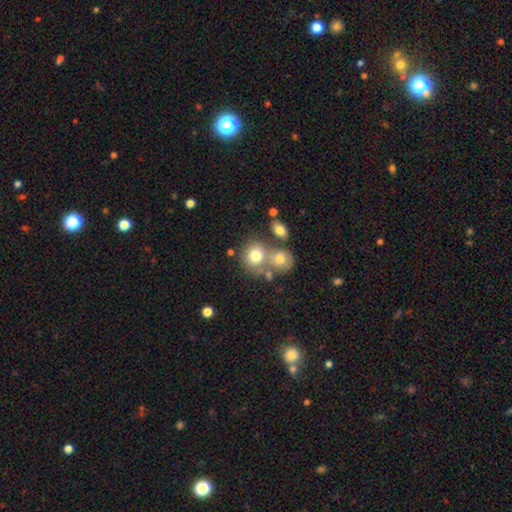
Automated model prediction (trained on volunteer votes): Q: Smooth or featured?
A: smooth (74%); runner-up: featured or disk (15%)
Q: How rounded?
A: round (72%); runner-up: in between (27%)
Q: Merging?
A: none (46%); runner-up: merger (38%)